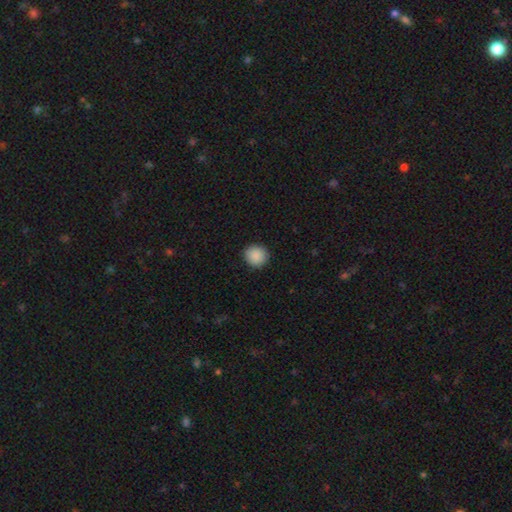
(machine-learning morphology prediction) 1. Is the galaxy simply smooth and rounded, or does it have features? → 90% smooth, 8% star or artifact, 2% featured or disk.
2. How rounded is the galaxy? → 91% round, 8% in between, 1% cigar-shaped.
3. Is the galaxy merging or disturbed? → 91% none, 6% minor disturbance, 2% major disturbance, 1% merger.